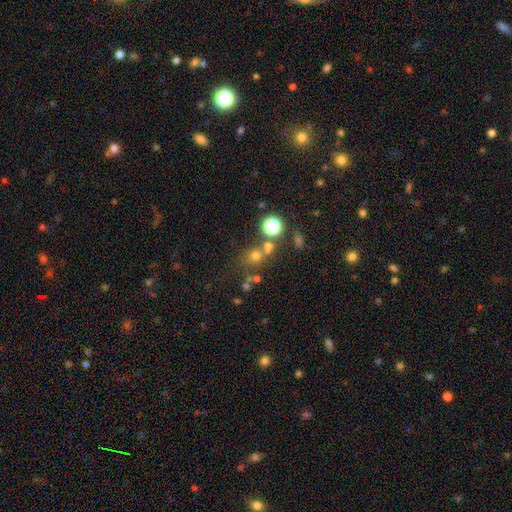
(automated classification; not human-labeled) Smooth or featured?
  - smooth: 57% *
  - star or artifact: 30%
  - featured or disk: 13%
How rounded?
  - round: 83% *
  - in between: 16%
  - cigar-shaped: 1%
Merging?
  - none: 58% *
  - merger: 27%
  - minor disturbance: 9%
  - major disturbance: 5%